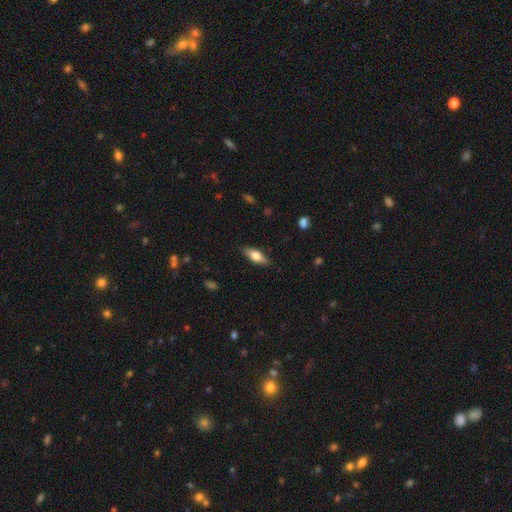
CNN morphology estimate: Overall: smooth (56%; featured or disk 38%). How rounded: in between (60%; cigar-shaped 37%). Merging: none (86%).